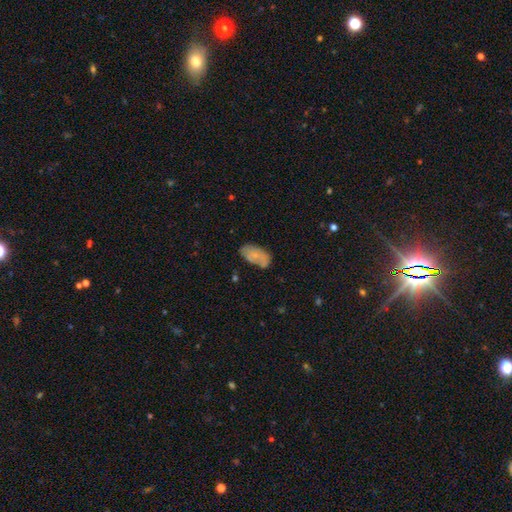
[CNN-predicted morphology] Smooth or featured?
  - smooth: 69% *
  - featured or disk: 23%
  - star or artifact: 8%
How rounded?
  - in between: 93% *
  - round: 4%
  - cigar-shaped: 3%
Merging?
  - none: 66% *
  - minor disturbance: 25%
  - major disturbance: 6%
  - merger: 3%